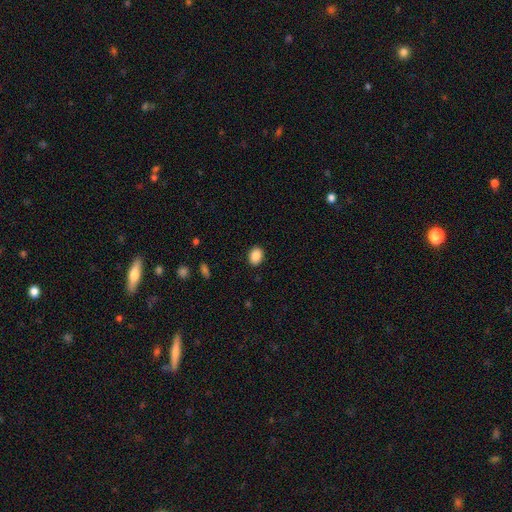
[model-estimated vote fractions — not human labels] This is clearly a smooth galaxy (89%). How rounded: likely in between (71%). Merging: clearly none (89%).